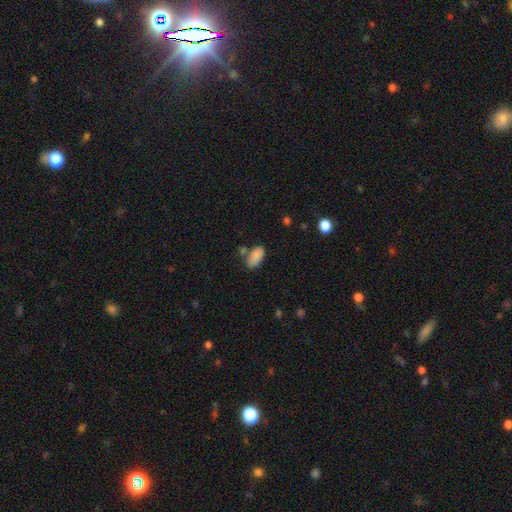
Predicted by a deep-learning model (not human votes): Smooth or featured?
  - smooth: 86% *
  - star or artifact: 8%
  - featured or disk: 6%
How rounded?
  - in between: 93% *
  - cigar-shaped: 4%
  - round: 3%
Merging?
  - none: 61% *
  - minor disturbance: 19%
  - merger: 15%
  - major disturbance: 6%